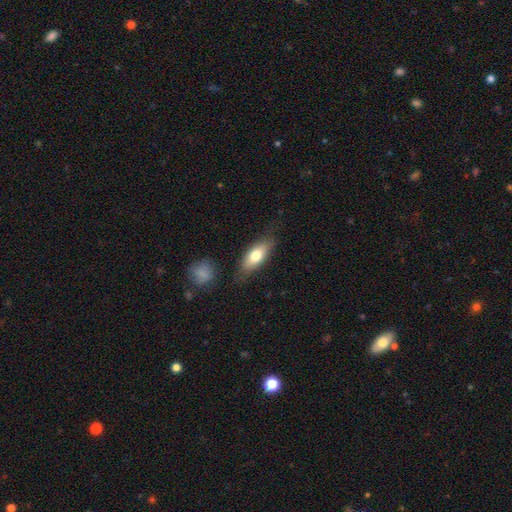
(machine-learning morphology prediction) Overall: smooth (72%). How rounded: in between (77%). Merging: none (75%).